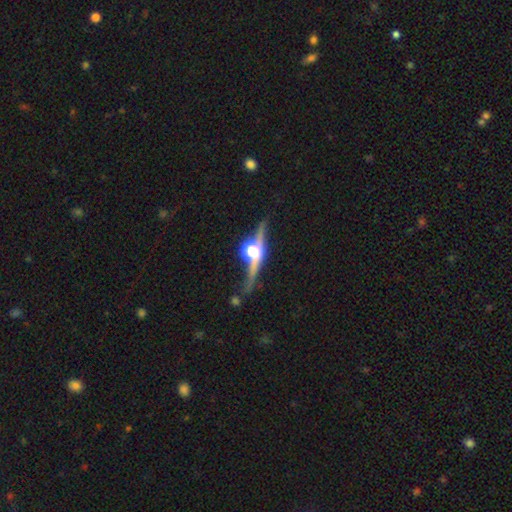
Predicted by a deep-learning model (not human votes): Q: Smooth or featured?
A: featured or disk (84%); runner-up: star or artifact (8%)
Q: Edge-on disk?
A: yes (90%); runner-up: no (10%)
Q: Edge-on bulge?
A: rounded (96%); runner-up: boxy (2%)
Q: Merging?
A: none (68%); runner-up: minor disturbance (17%)